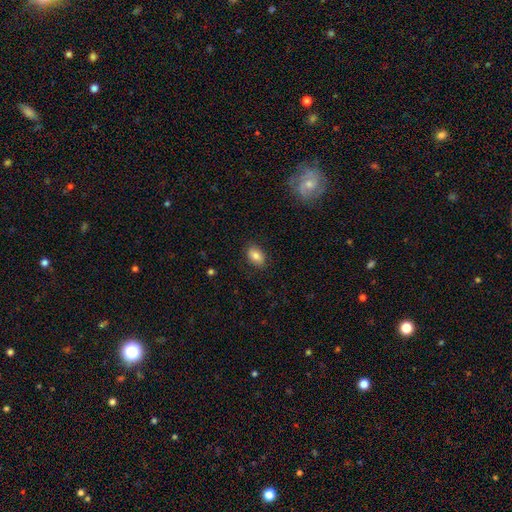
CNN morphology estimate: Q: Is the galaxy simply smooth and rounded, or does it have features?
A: smooth — 81%.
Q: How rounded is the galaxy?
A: in between — 86%.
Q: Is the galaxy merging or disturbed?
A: none — 85%.